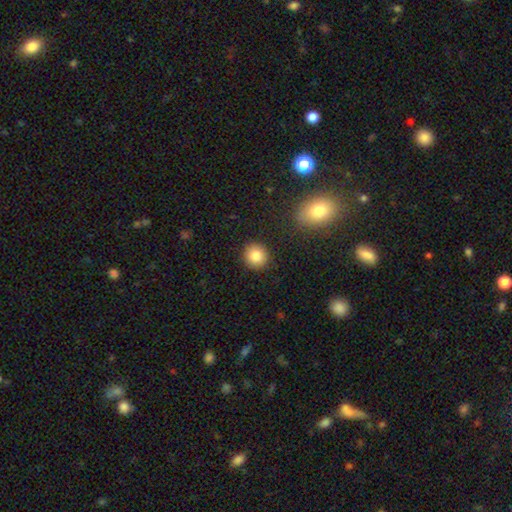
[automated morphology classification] Smooth or featured? smooth (84%)
How rounded? round (91%)
Merging? none (91%)